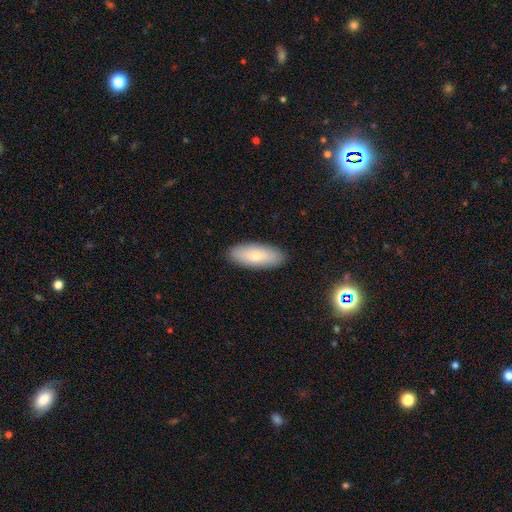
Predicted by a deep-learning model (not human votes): A smooth galaxy with no disk features (74%) that is in between round and cigar-shaped (79%).

Vote fractions:
- Smooth or featured? smooth: 74% / featured or disk: 20% / star or artifact: 6%
- How rounded? in between: 79% / cigar-shaped: 19% / round: 2%
- Merging? none: 89% / minor disturbance: 8% / major disturbance: 2% / merger: 1%